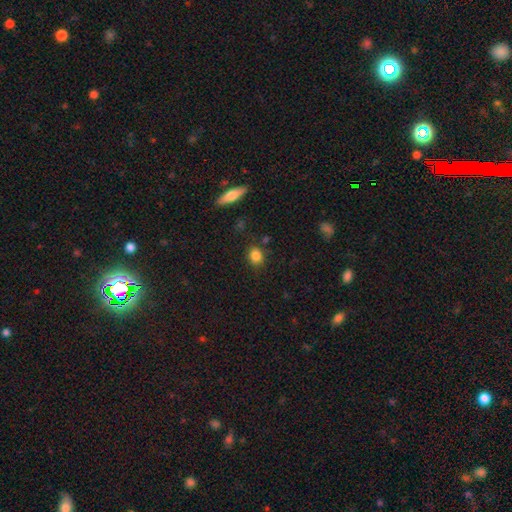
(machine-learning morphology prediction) Smooth or featured?
  - smooth: 84% *
  - star or artifact: 10%
  - featured or disk: 5%
How rounded?
  - round: 58% *
  - in between: 40%
  - cigar-shaped: 2%
Merging?
  - none: 82% *
  - minor disturbance: 12%
  - merger: 3%
  - major disturbance: 3%